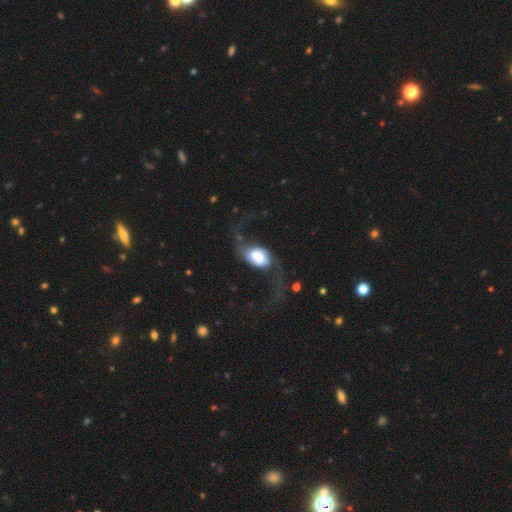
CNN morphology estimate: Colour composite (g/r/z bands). It shows a featured or disk galaxy (66%) with no bar (56%), 2 (91%) loose (87%) spiral arms (83%) and a moderate central bulge (35%). Merging: none (31%).